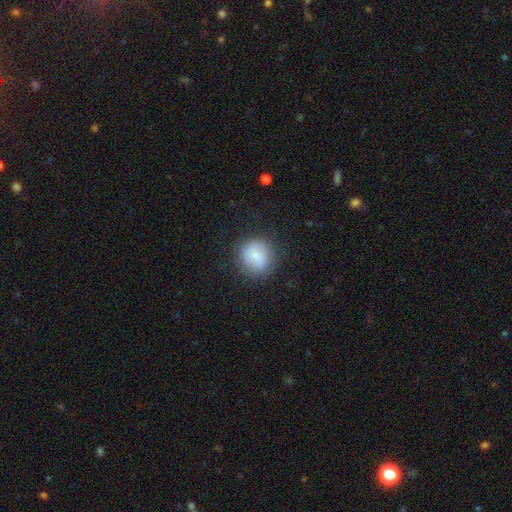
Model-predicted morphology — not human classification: Smooth or featured? smooth (81%)
How rounded? round (87%)
Merging? none (81%)